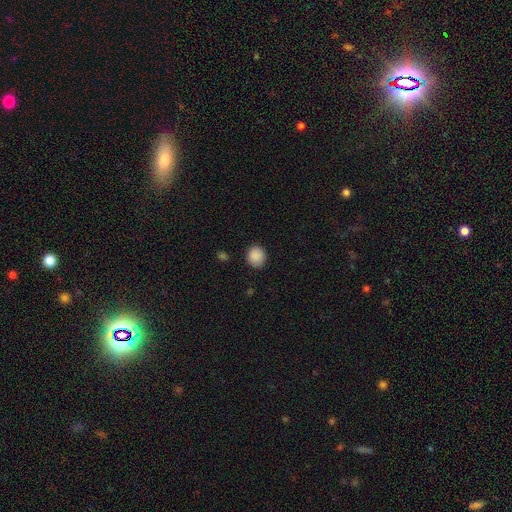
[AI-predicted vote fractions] A smooth galaxy with no disk features (89%) that is round (79%).

Vote fractions:
- Smooth or featured? smooth: 89% / star or artifact: 8% / featured or disk: 3%
- How rounded? round: 79% / in between: 20% / cigar-shaped: 1%
- Merging? none: 87% / minor disturbance: 9% / major disturbance: 2% / merger: 1%